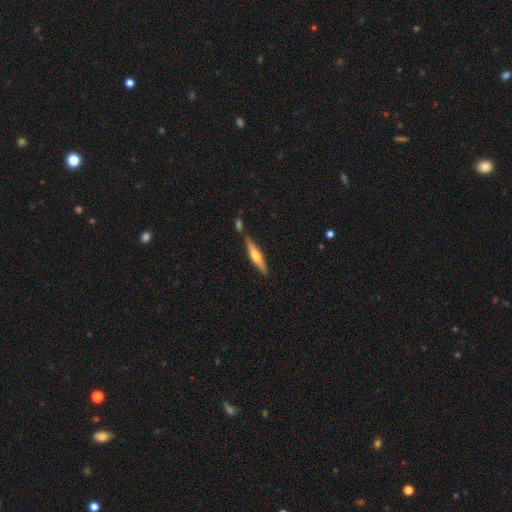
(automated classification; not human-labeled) Overall: featured or disk (51%; smooth 44%). Edge-on disk: yes (94%). Merging: none (75%).